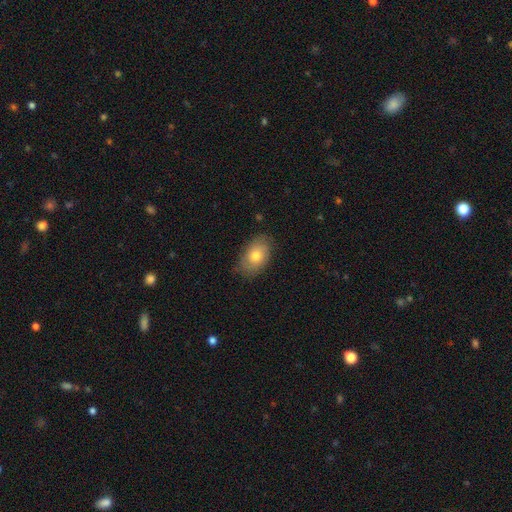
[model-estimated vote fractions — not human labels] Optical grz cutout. It shows a smooth galaxy with no disk features (72%) that is in between round and cigar-shaped (88%). Merging: none (75%).